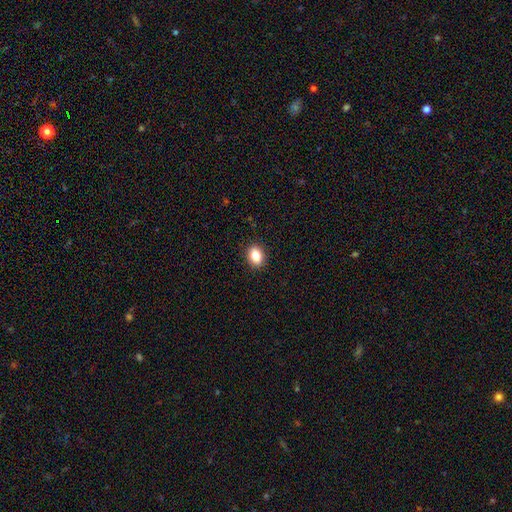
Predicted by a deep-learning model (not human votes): A smooth galaxy with no disk features (85%) that is in between round and cigar-shaped (70%). Merging: none (90%).